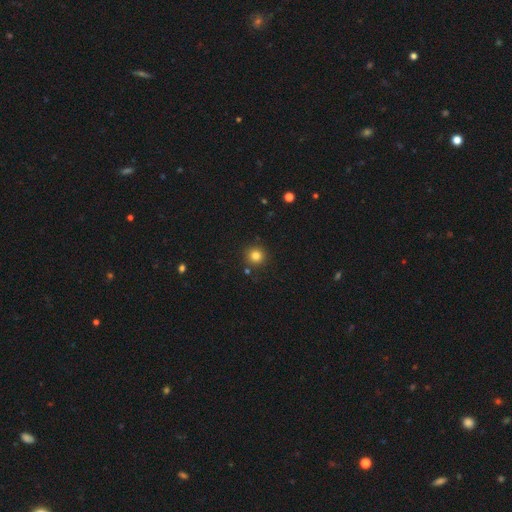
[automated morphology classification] Smooth or featured? smooth (81%)
How rounded? round (95%)
Merging? none (89%)